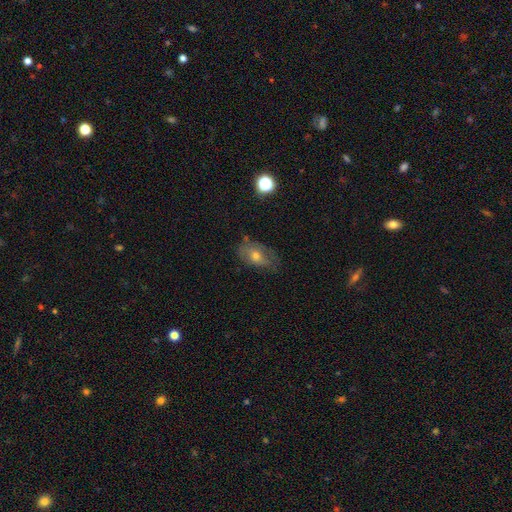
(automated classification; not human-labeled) Smooth or featured?
  - smooth: 48% *
  - featured or disk: 40%
  - star or artifact: 12%
Merging?
  - none: 60% *
  - minor disturbance: 27%
  - major disturbance: 11%
  - merger: 2%